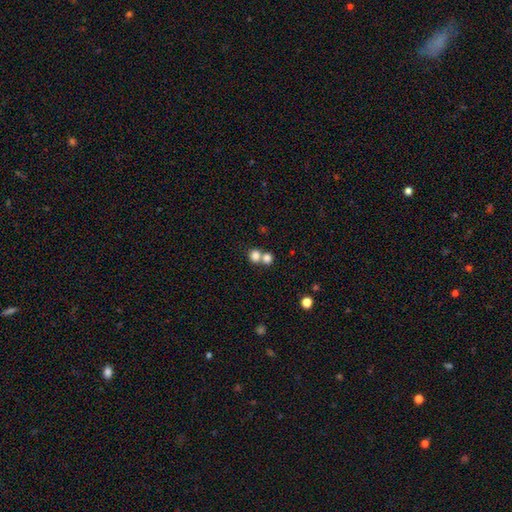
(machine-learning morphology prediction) This appears to be a smooth galaxy with no disk features (80%) that is round (79%). Merging: merger (49%).